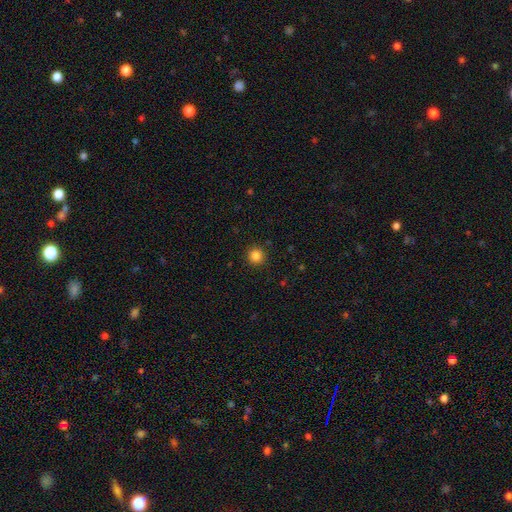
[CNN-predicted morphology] Smooth or featured? Predicted: smooth (p=0.84). How rounded? Predicted: round (p=0.95). Merging? Predicted: none (p=0.92).